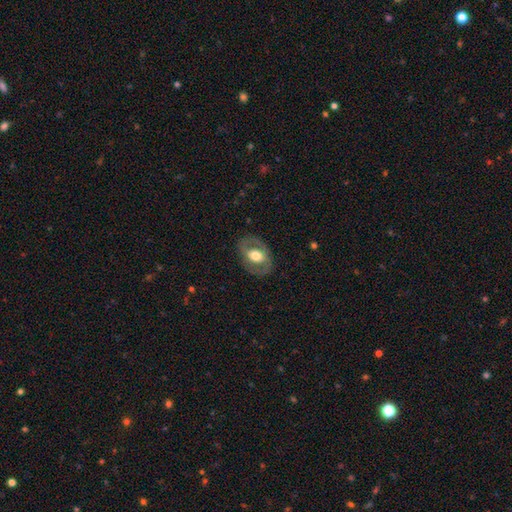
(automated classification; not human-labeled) Smooth or featured? featured or disk (57%)
Edge-on disk? no (93%)
Bar? no (60%)
Spiral arms? no (63%)
Bulge size? moderate (57%)
Merging? none (77%)